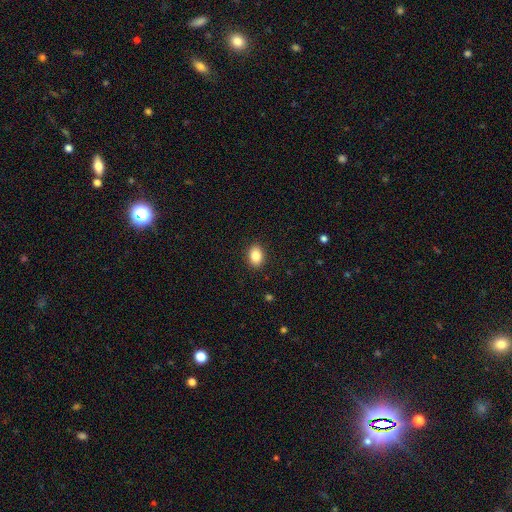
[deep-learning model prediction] smooth 85%, star or artifact 9%, featured or disk 6%. Down the decision tree: how rounded — in between (76%); merging — none (90%).